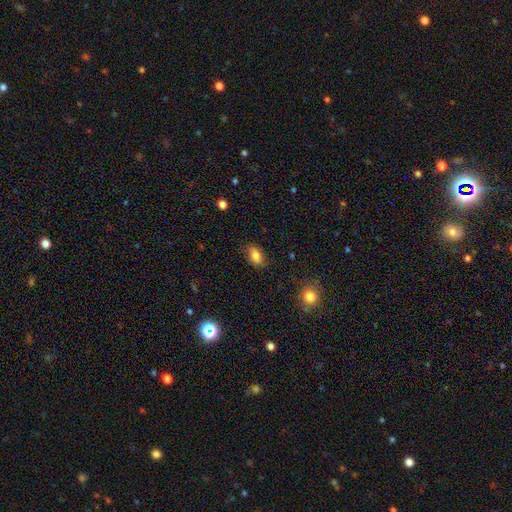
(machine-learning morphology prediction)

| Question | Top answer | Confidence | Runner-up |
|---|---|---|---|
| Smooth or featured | smooth | 78% | featured or disk (13%) |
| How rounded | in between | 86% | round (12%) |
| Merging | none | 75% | minor disturbance (19%) |